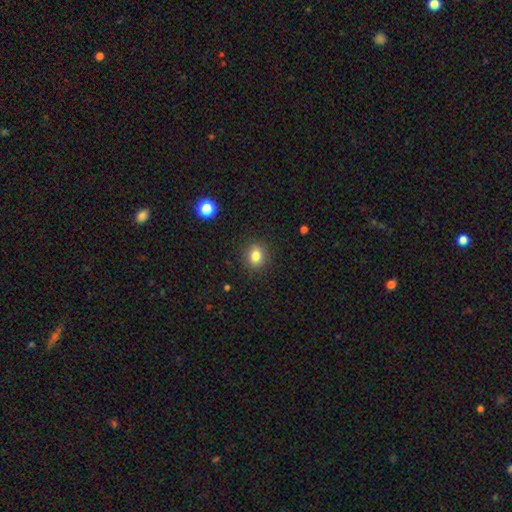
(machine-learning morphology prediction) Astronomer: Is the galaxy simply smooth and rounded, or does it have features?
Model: smooth — 82%.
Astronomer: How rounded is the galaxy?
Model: round — 67%.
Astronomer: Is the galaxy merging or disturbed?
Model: none — 90%.